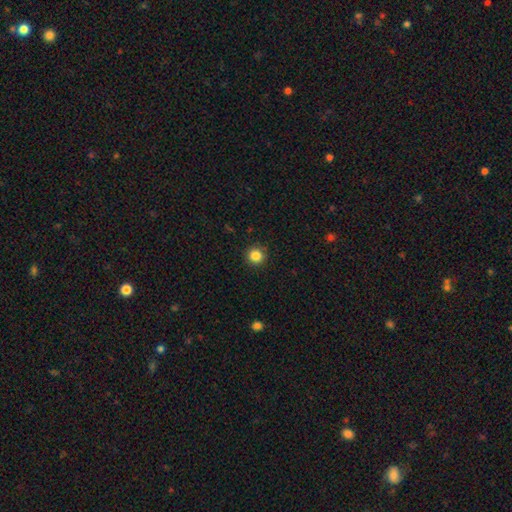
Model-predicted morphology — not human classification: Smooth or featured? Predicted: smooth (p=0.85). How rounded? Predicted: round (p=0.95). Merging? Predicted: none (p=0.91).